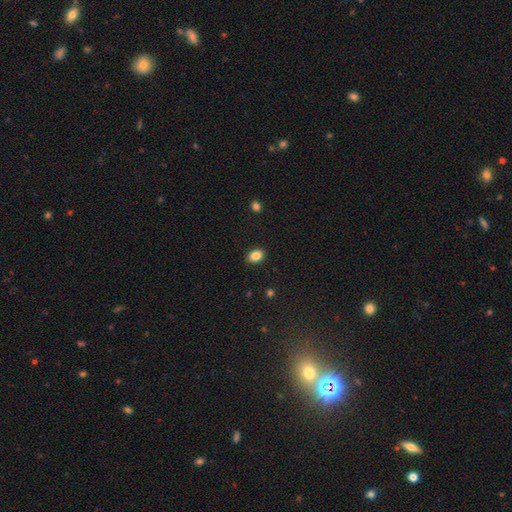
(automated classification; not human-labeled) Overall: smooth (86%). How rounded: in between (74%). Merging: none (89%).